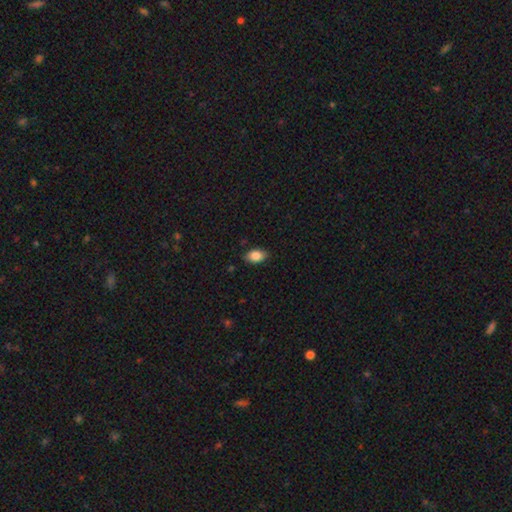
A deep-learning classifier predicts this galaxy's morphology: smooth 85%, star or artifact 8%, featured or disk 7%. Down the decision tree: how rounded — in between (88%); merging — none (85%).